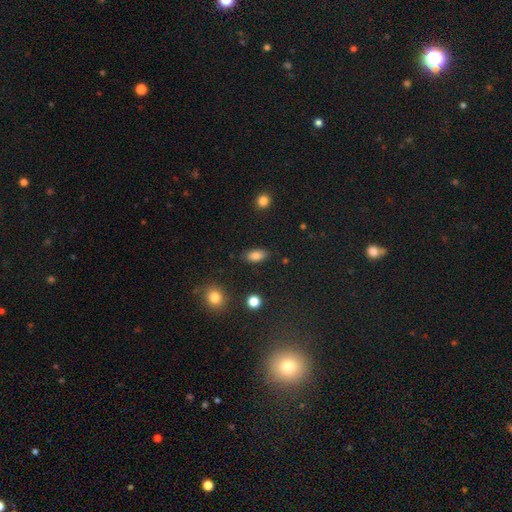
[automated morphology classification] Smooth or featured? Predicted: smooth (p=0.83). How rounded? Predicted: in between (p=0.90). Merging? Predicted: none (p=0.86).